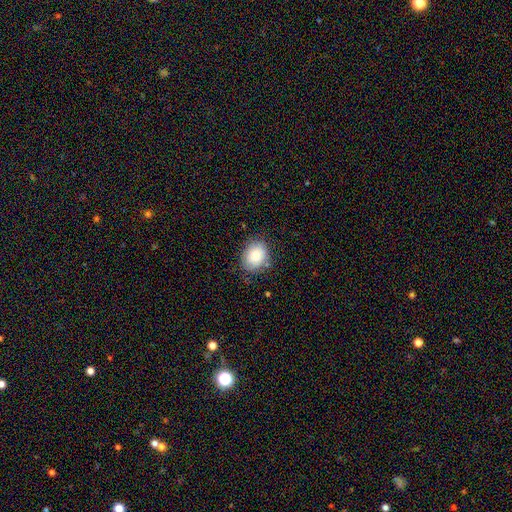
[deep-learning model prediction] smooth-or-featured: smooth: 83% | featured or disk: 9% | star or artifact: 8%
  how-rounded: in between: 55% | round: 44% | cigar-shaped: 1%
  merging: none: 76% | minor disturbance: 18% | major disturbance: 4% | merger: 2%